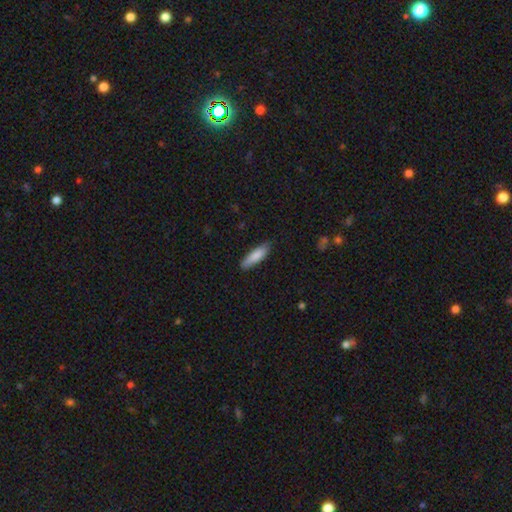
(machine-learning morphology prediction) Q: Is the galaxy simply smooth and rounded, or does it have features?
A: smooth — 84%.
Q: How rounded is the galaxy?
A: cigar-shaped — 61%.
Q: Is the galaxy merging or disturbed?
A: none — 81%.